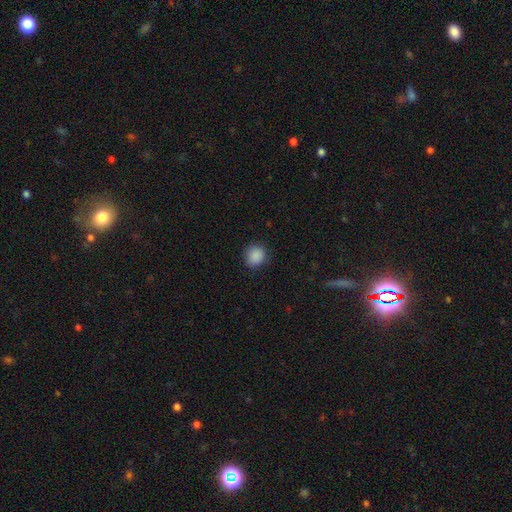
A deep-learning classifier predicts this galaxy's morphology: smooth-or-featured: smooth: 88% | star or artifact: 9% | featured or disk: 3%
  how-rounded: round: 80% | in between: 19% | cigar-shaped: 1%
  merging: none: 87% | minor disturbance: 10% | major disturbance: 3% | merger: 1%